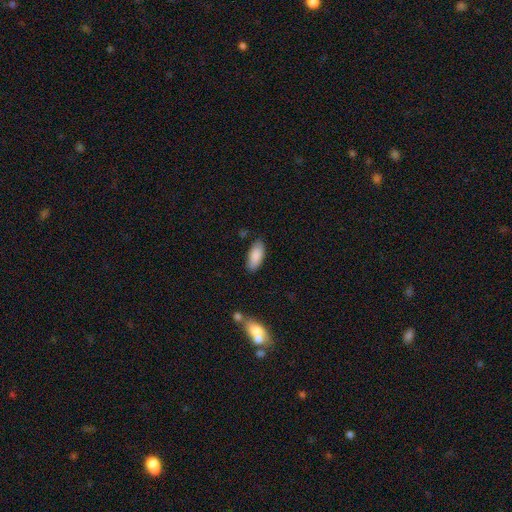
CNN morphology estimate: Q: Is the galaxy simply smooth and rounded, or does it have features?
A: smooth — 88%.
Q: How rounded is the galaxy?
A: in between — 86%.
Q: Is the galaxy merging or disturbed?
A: none — 81%.